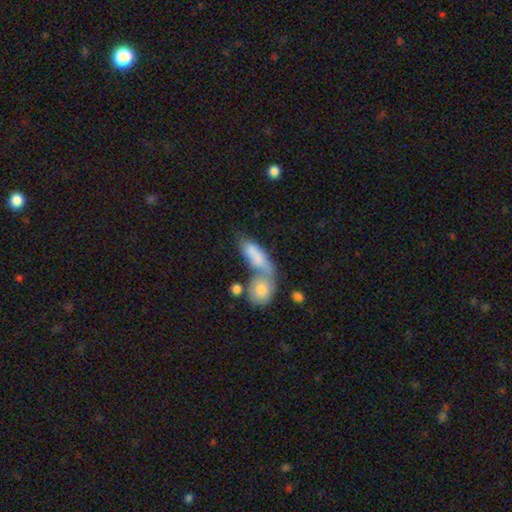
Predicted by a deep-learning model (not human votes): A smooth galaxy with no disk features (75%) that is in between round and cigar-shaped (73%).

Vote fractions:
- Smooth or featured? smooth: 75% / featured or disk: 17% / star or artifact: 7%
- How rounded? in between: 73% / cigar-shaped: 20% / round: 7%
- Merging? merger: 58% / none: 20% / minor disturbance: 11% / major disturbance: 10%